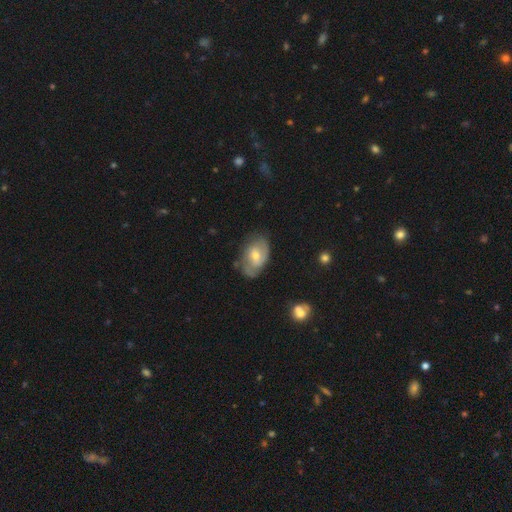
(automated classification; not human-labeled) Smooth or featured: featured or disk — 62% (smooth — 30%)
Edge-on disk: no — 95% (yes — 5%)
Bar: no — 54% (weak — 39%)
Spiral arms: yes — 80% (no — 20%)
Bulge size: moderate — 56% (small — 39%)
Merging: none — 62% (minor disturbance — 27%)